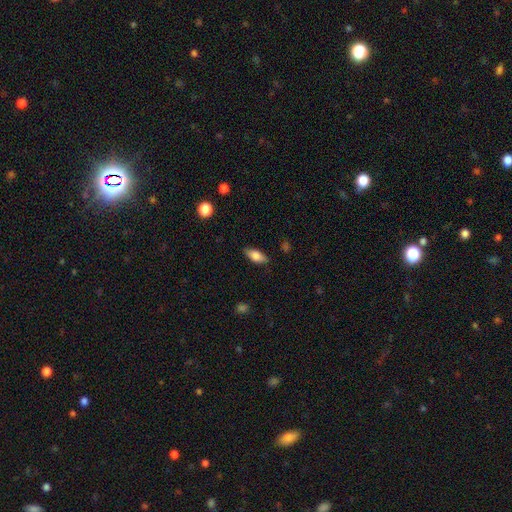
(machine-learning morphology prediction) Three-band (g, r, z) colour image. It shows a smooth galaxy with no disk features (77%) that is in between round and cigar-shaped (80%). Merging: none (85%).